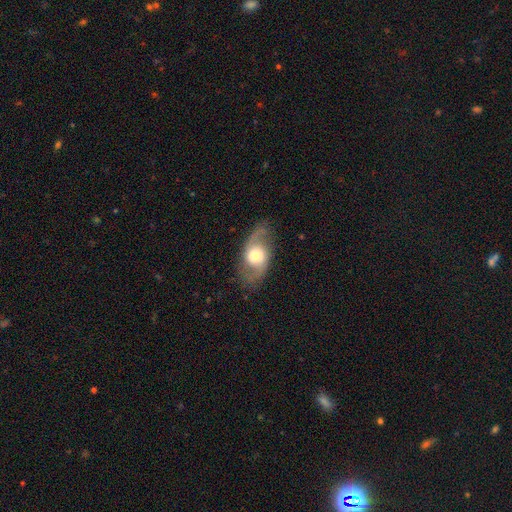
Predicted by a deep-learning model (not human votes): A featured or disk galaxy (72%) with no bar (67%), 2 (90%) loose (47%) spiral arms (84%) and a moderate central bulge (55%).

Vote fractions:
- Smooth or featured? featured or disk: 72% / smooth: 21% / star or artifact: 7%
- Edge-on disk? no: 94% / yes: 6%
- Bar? no: 67% / weak: 25% / strong: 8%
- Spiral arms? yes: 84% / no: 16%
- Spiral winding? loose: 47% / medium: 42% / tight: 11%
- Spiral arm count? 2: 90% / can't tell: 4% / 1: 3% / 3: 1% / 4: 1% / more than 4: 1%
- Bulge size? moderate: 55% / large: 21% / small: 19% / dominant: 4% / none: 1%
- Merging? none: 78% / minor disturbance: 14% / major disturbance: 7% / merger: 1%